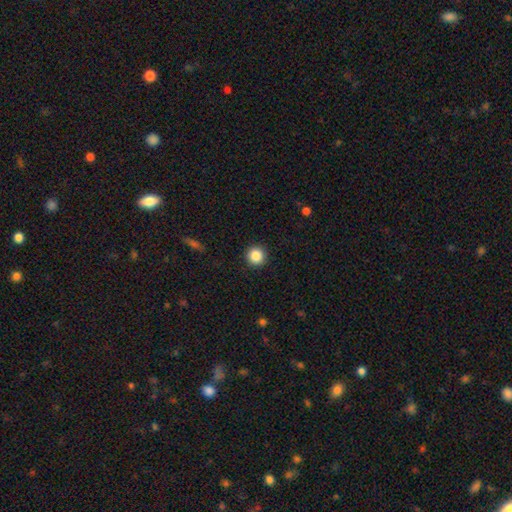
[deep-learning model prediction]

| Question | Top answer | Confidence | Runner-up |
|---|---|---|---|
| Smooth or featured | smooth | 86% | star or artifact (10%) |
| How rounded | round | 95% | in between (4%) |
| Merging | none | 93% | minor disturbance (5%) |